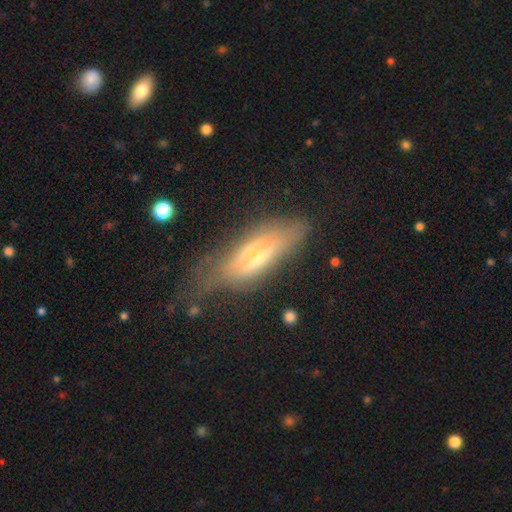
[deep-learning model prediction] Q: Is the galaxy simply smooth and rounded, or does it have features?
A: featured or disk — 60%.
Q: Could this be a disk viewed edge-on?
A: yes — 69%.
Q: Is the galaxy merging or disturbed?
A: none — 53%.